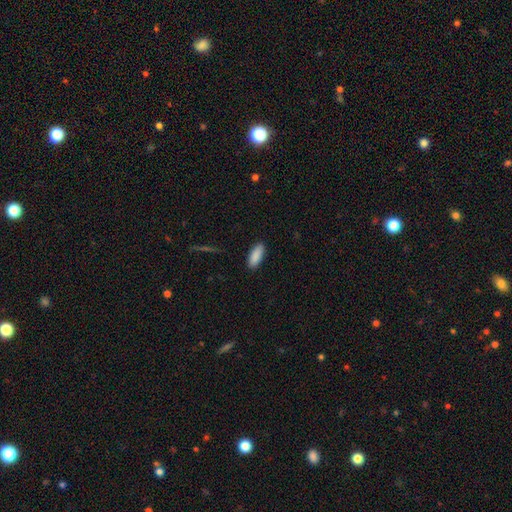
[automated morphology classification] Smooth or featured: smooth — 90% (star or artifact — 6%)
How rounded: in between — 79% (cigar-shaped — 20%)
Merging: none — 88% (minor disturbance — 9%)